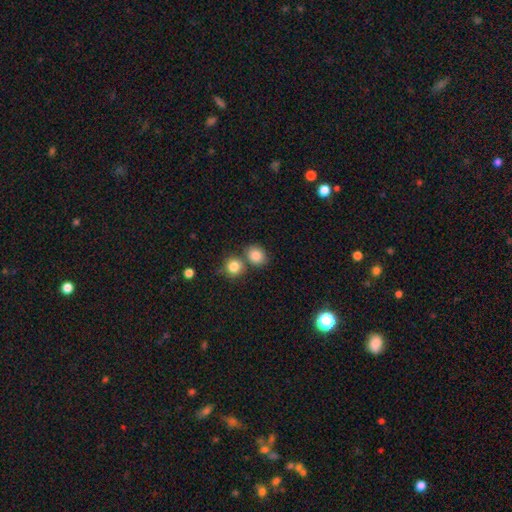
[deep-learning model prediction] smooth_or_featured: smooth (p=0.84) [alt: star or artifact p=0.10]
how_rounded: round (p=0.68) [alt: in between p=0.31]
merging: none (p=0.62) [alt: merger p=0.25]